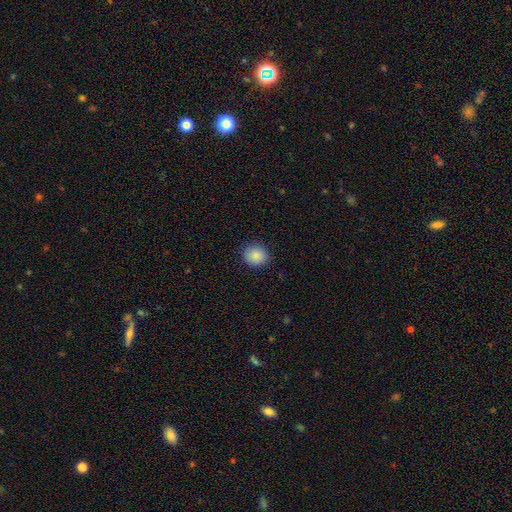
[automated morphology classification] The model was most divided on "how rounded": round: 84%, in between: 15%, cigar-shaped: 1%. More confident: merging — none (88%); smooth or featured — smooth (87%).